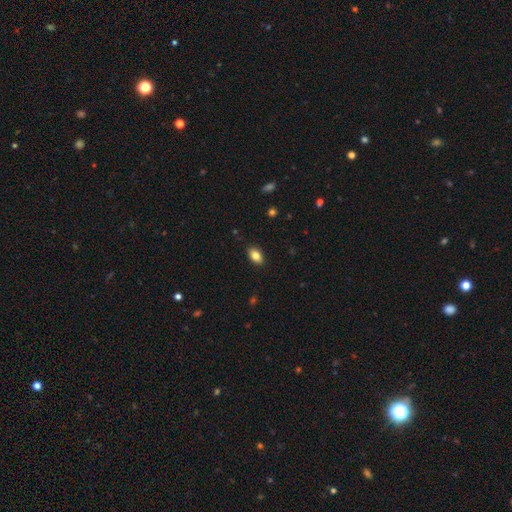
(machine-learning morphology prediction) This appears to be a smooth galaxy with no disk features (81%) that is in between round and cigar-shaped (89%). Merging: none (87%).